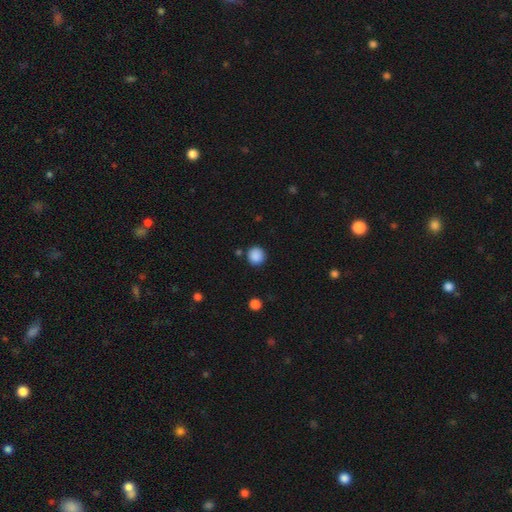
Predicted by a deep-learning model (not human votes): The model was most divided on "smooth or featured": smooth: 88%, star or artifact: 9%, featured or disk: 3%. More confident: how rounded — round (92%); merging — none (87%).